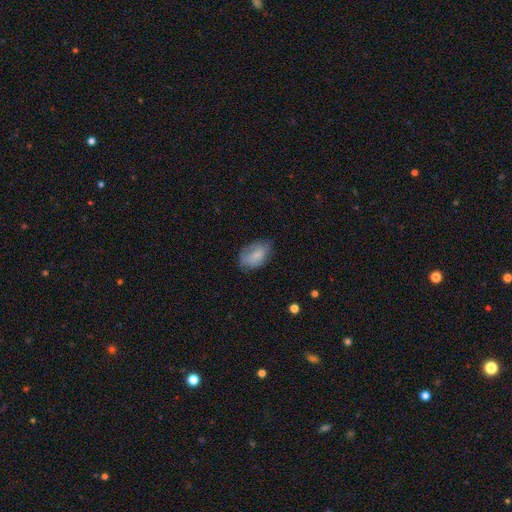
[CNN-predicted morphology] This is likely a smooth galaxy (77%). How rounded: clearly in between (89%). Merging: likely none (61%).